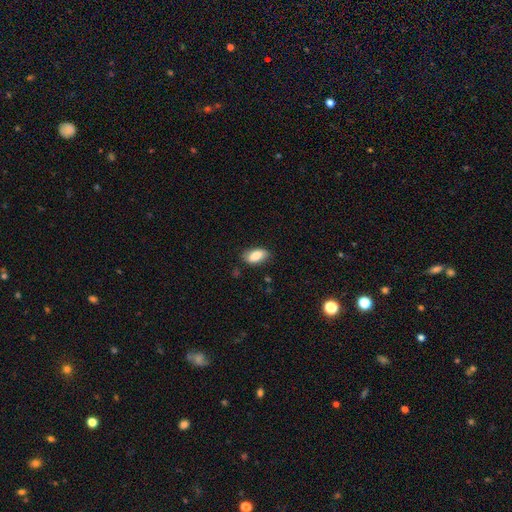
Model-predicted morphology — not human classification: A smooth galaxy with no disk features (84%) that is in between round and cigar-shaped (91%).

Vote fractions:
- Smooth or featured? smooth: 84% / featured or disk: 9% / star or artifact: 7%
- How rounded? in between: 91% / cigar-shaped: 5% / round: 4%
- Merging? none: 78% / minor disturbance: 17% / major disturbance: 3% / merger: 1%